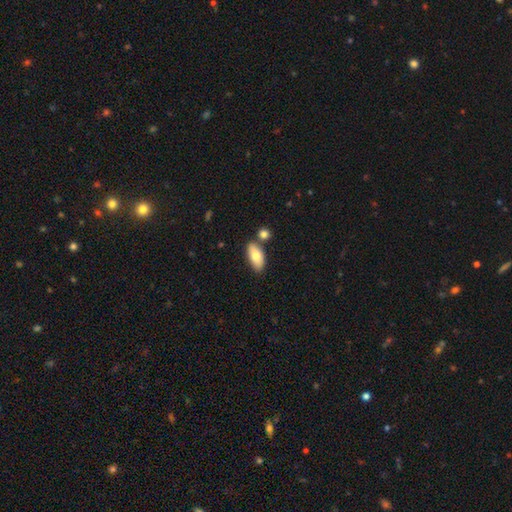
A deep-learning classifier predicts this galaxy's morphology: smooth-or-featured: smooth: 78% | featured or disk: 16% | star or artifact: 6%
  how-rounded: in between: 90% | cigar-shaped: 7% | round: 3%
  merging: none: 73% | merger: 13% | minor disturbance: 12% | major disturbance: 3%